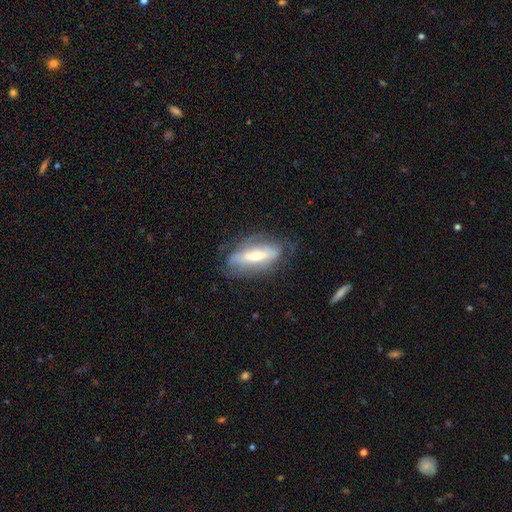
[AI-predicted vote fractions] The model was most divided on "smooth or featured": featured or disk: 56%, smooth: 37%, star or artifact: 7%. More confident: edge-on disk — no (71%); merging — none (60%).